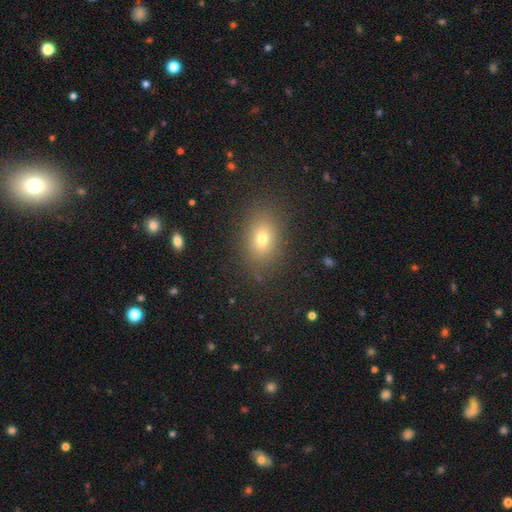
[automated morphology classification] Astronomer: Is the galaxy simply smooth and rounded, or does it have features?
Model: smooth — 67%.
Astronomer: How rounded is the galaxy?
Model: in between — 73%.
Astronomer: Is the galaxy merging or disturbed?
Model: none — 89%.